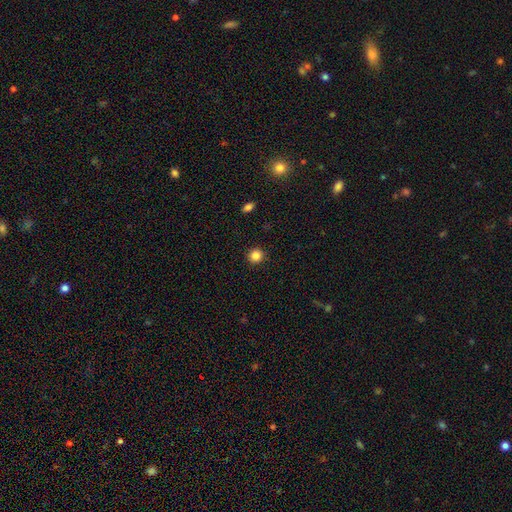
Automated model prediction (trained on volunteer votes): smooth-or-featured: smooth: 85% | star or artifact: 11% | featured or disk: 4%
  how-rounded: round: 93% | in between: 6% | cigar-shaped: 1%
  merging: none: 92% | minor disturbance: 5% | major disturbance: 2% | merger: 1%